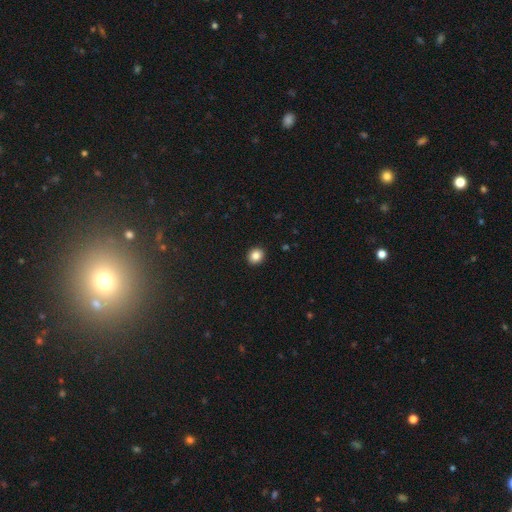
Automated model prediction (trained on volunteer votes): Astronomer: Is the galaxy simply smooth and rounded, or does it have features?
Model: smooth — 85%.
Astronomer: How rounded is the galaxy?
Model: round — 76%.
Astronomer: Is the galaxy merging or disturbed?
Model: none — 93%.